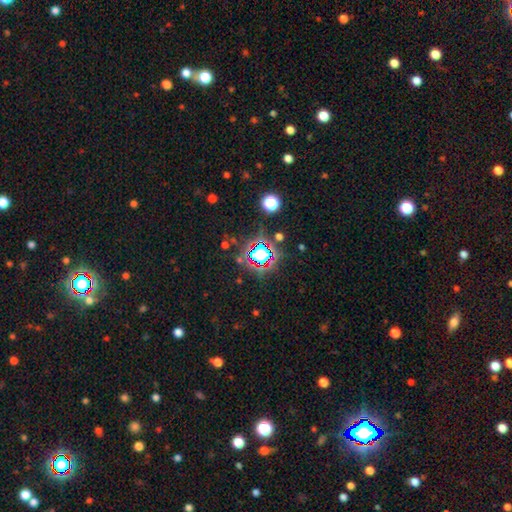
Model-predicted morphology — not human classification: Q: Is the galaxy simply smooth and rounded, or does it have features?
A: star or artifact — 77%.